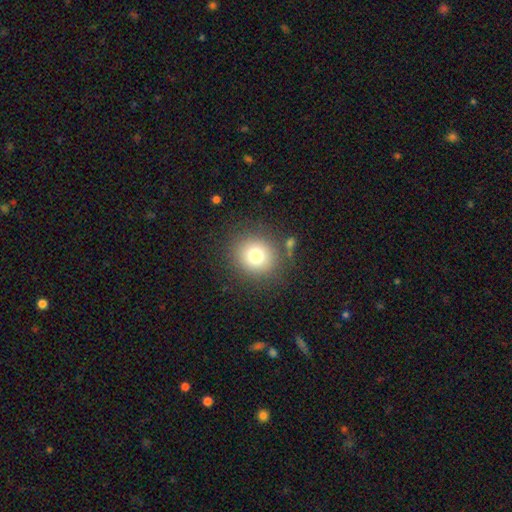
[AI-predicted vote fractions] Overall: smooth (77%). How rounded: round (88%). Merging: none (85%).